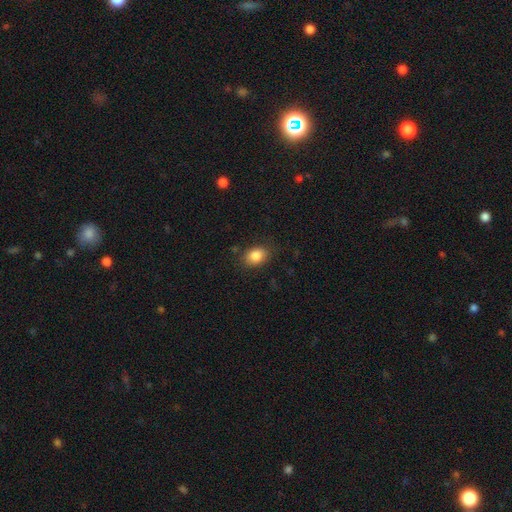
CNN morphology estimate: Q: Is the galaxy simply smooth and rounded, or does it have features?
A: smooth — 85%.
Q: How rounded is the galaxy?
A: in between — 73%.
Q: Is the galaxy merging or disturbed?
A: none — 83%.